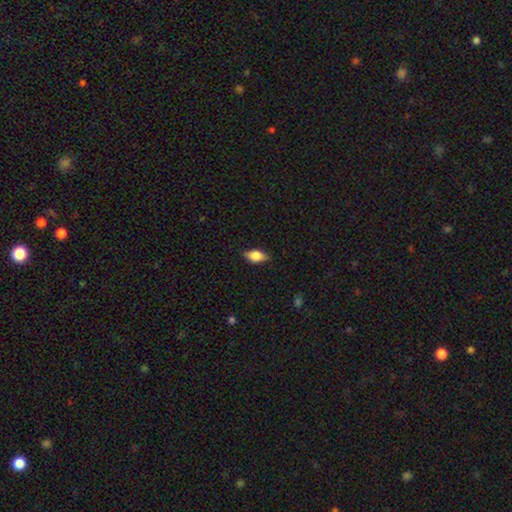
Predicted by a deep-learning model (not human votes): smooth_or_featured: smooth (p=0.79) [alt: featured or disk p=0.14]
how_rounded: in between (p=0.88) [alt: round p=0.06]
merging: none (p=0.84) [alt: minor disturbance p=0.13]